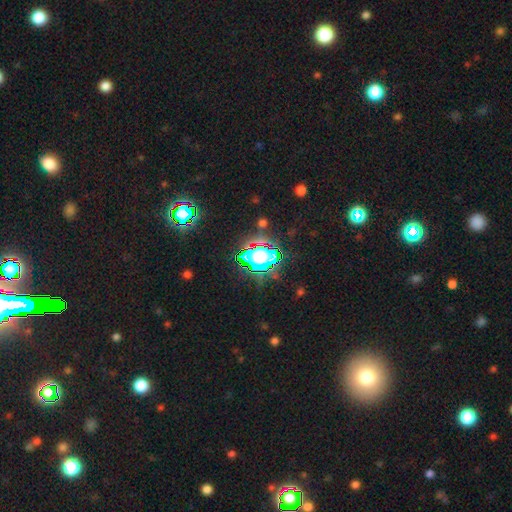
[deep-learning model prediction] This is likely a star or artifact rather than a galaxy (79%).